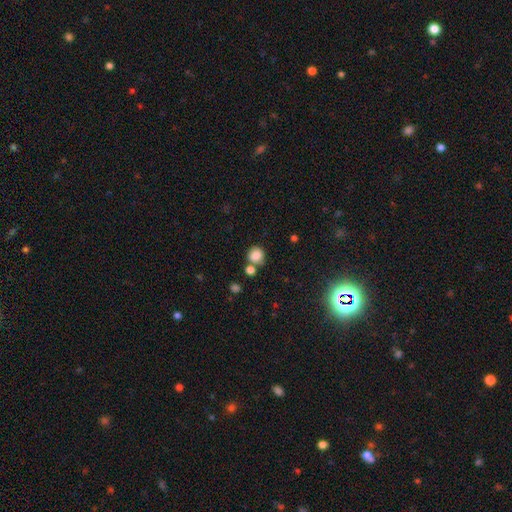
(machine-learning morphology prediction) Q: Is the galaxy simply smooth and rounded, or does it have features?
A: smooth — 83%.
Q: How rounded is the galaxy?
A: round — 77%.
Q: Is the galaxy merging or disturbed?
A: none — 60%.